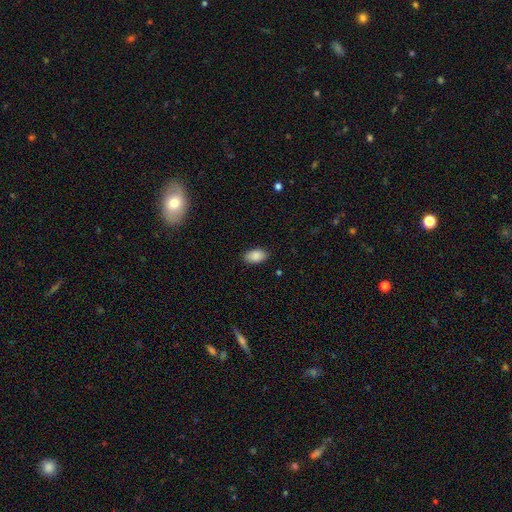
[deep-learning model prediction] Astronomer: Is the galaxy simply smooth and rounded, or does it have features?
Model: smooth — 88%.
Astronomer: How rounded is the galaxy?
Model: in between — 94%.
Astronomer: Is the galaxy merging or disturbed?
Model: none — 88%.